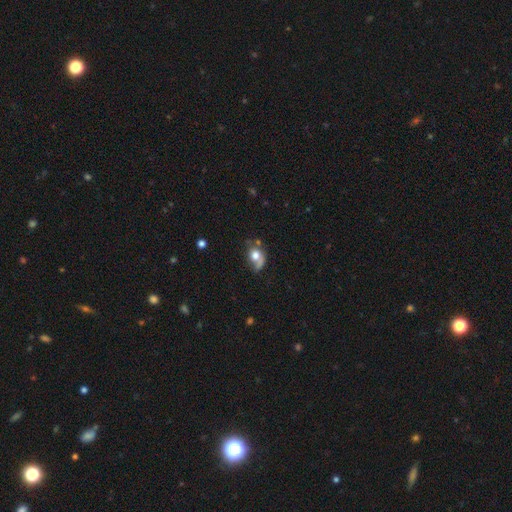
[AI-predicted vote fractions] A smooth galaxy with no disk features (63%) that is round (50%).

Vote fractions:
- Smooth or featured? smooth: 63% / featured or disk: 26% / star or artifact: 10%
- How rounded? round: 50% / in between: 48% / cigar-shaped: 2%
- Merging? none: 34% / major disturbance: 29% / minor disturbance: 24% / merger: 14%